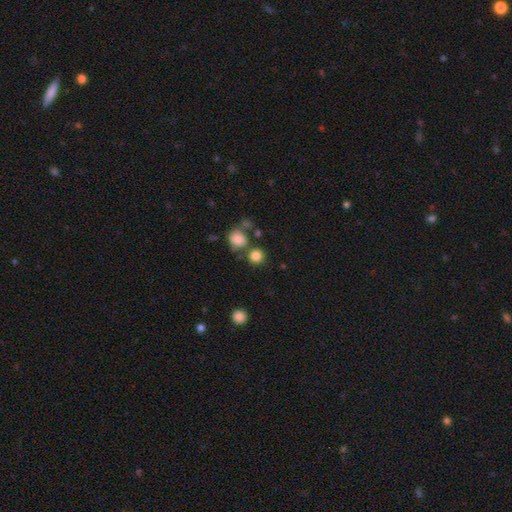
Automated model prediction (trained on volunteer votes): Smooth or featured? smooth (83%)
How rounded? round (89%)
Merging? none (71%)